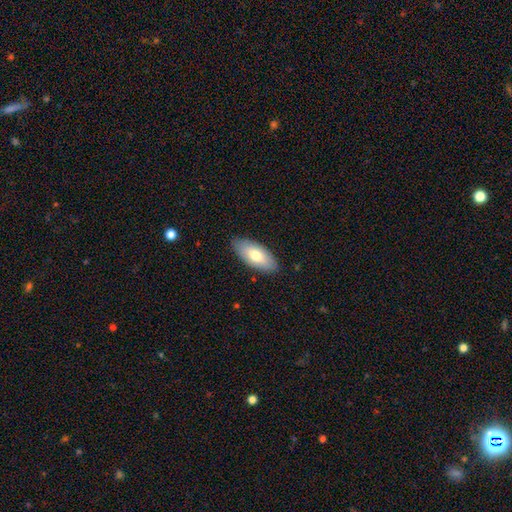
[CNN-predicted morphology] Smooth or featured?
  - smooth: 74% *
  - featured or disk: 20%
  - star or artifact: 6%
How rounded?
  - in between: 88% *
  - cigar-shaped: 9%
  - round: 2%
Merging?
  - none: 87% *
  - minor disturbance: 10%
  - major disturbance: 2%
  - merger: 1%